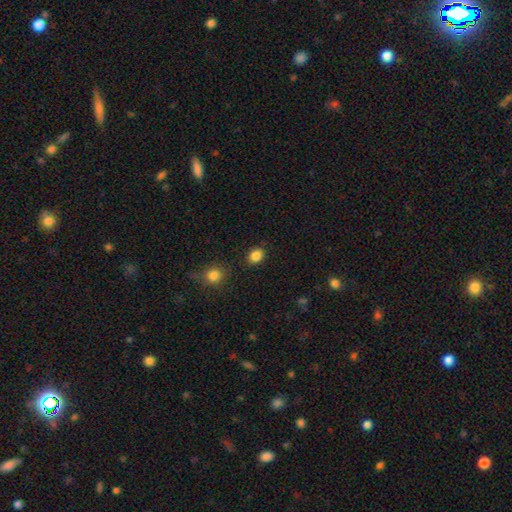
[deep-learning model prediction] Morphology: type=smooth (86%); roundness=round (51%); merging=none (85%).